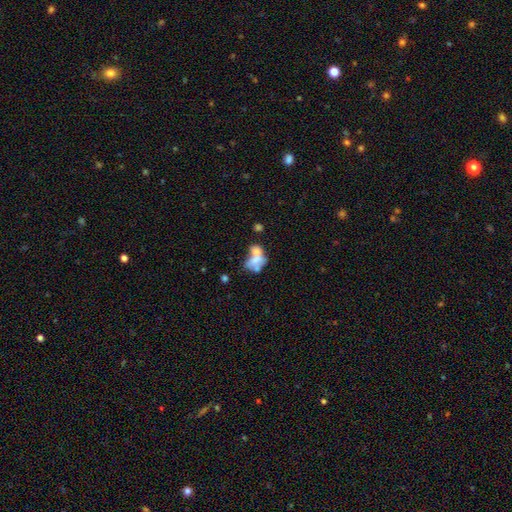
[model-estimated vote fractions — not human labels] A smooth galaxy with no disk features (51%) that is in between round and cigar-shaped (77%). Merging: merger (57%).